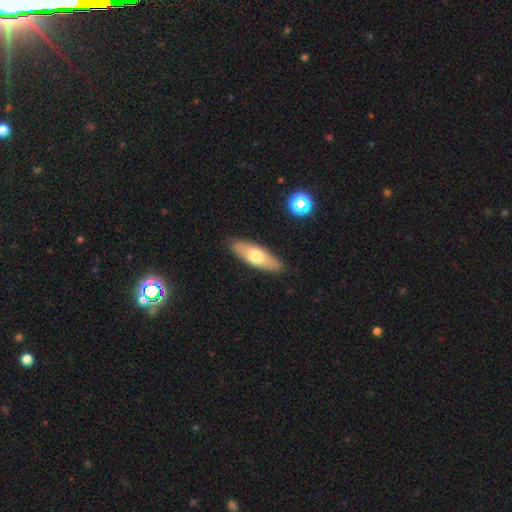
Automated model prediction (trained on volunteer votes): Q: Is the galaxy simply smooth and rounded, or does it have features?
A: smooth — 63%.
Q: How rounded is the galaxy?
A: in between — 60%.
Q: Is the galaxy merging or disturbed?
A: none — 88%.